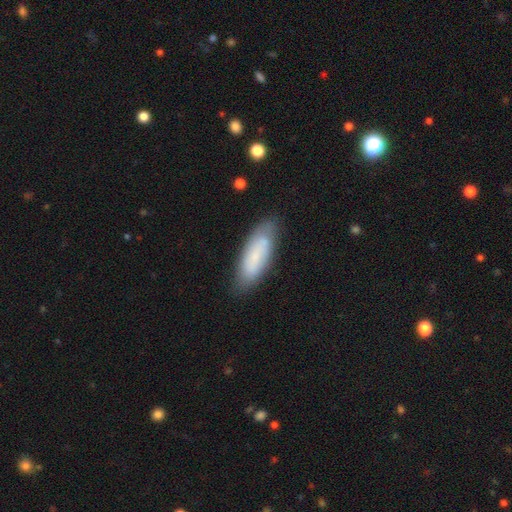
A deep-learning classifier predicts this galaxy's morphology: type=smooth (67%); roundness=in between (61%); merging=none (76%).